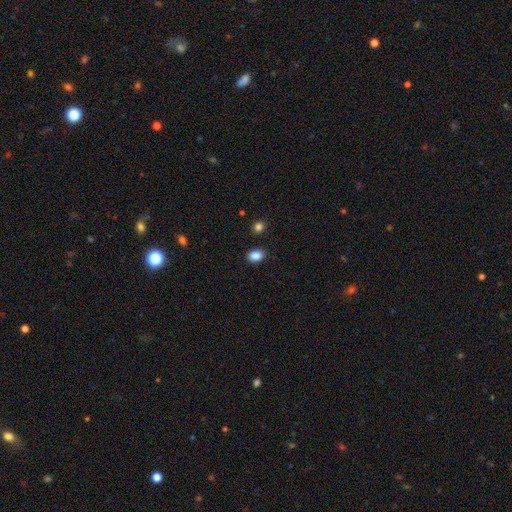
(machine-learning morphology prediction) This appears to be a smooth galaxy with no disk features (87%) that is in between round and cigar-shaped (75%). Merging: none (88%).